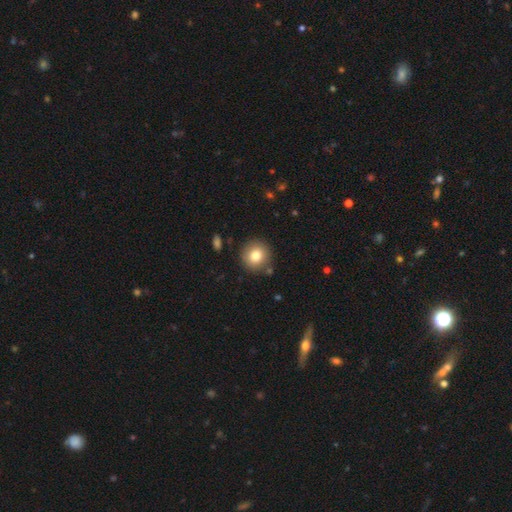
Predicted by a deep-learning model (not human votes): A smooth galaxy with no disk features (79%) that is round (93%). Merging: none (86%).